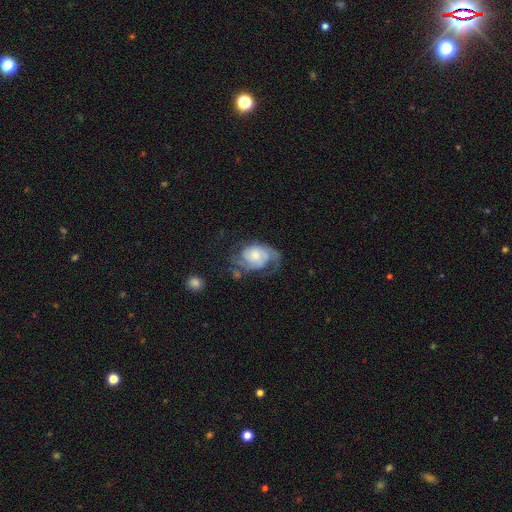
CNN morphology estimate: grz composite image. It shows a featured or disk galaxy (77%) with no bar (71%), 2 (58%) medium (43%) spiral arms (92%) and a moderate central bulge (44%). Merging: none (48%).